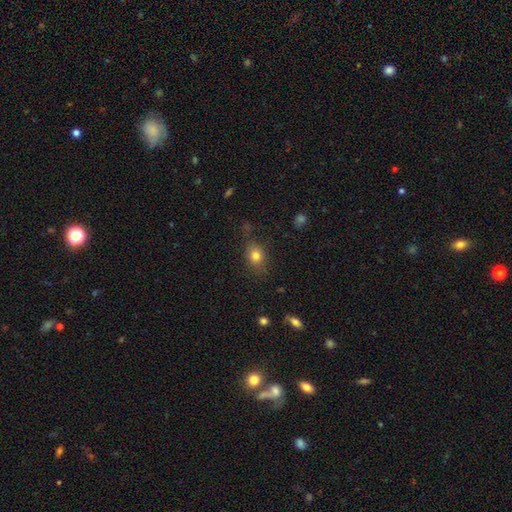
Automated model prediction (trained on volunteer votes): Overall: smooth (79%). How rounded: in between (54%; round 45%). Merging: none (75%).